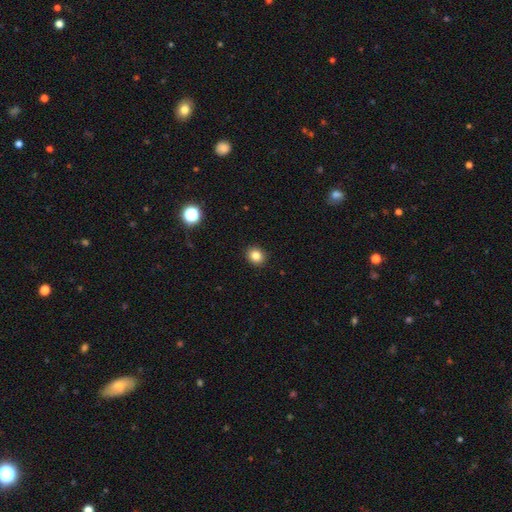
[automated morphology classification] type=smooth (83%); roundness=round (72%); merging=none (92%).